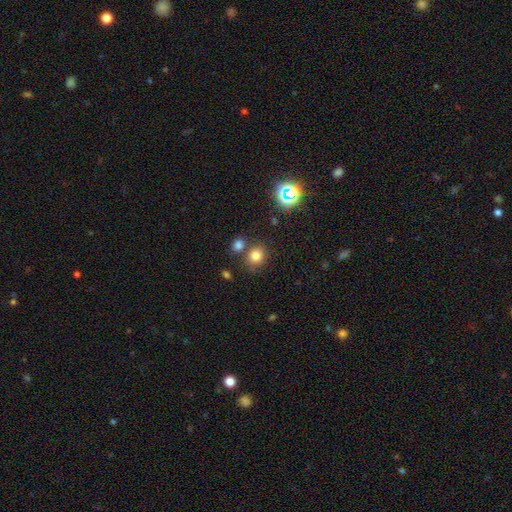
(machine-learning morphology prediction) Q: Smooth or featured?
A: smooth (78%); runner-up: star or artifact (16%)
Q: How rounded?
A: round (78%); runner-up: in between (21%)
Q: Merging?
A: none (70%); runner-up: merger (15%)